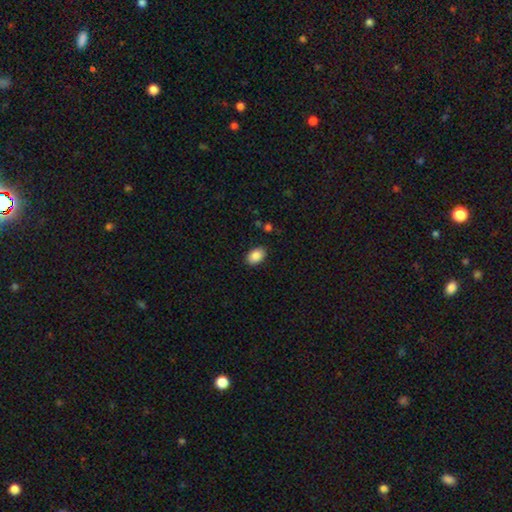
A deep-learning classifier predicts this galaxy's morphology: Smooth or featured: smooth — 88% (star or artifact — 7%)
How rounded: in between — 86% (round — 13%)
Merging: none — 88% (minor disturbance — 9%)